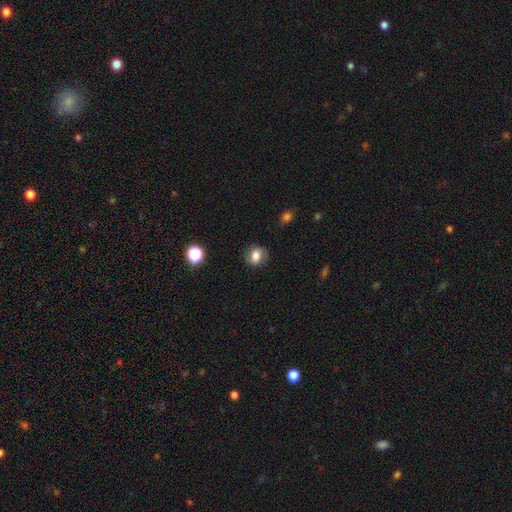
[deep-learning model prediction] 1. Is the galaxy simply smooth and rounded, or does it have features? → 75% smooth, 14% featured or disk, 11% star or artifact.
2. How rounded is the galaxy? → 51% round, 47% in between, 1% cigar-shaped.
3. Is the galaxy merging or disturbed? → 76% none, 17% minor disturbance, 6% major disturbance, 1% merger.